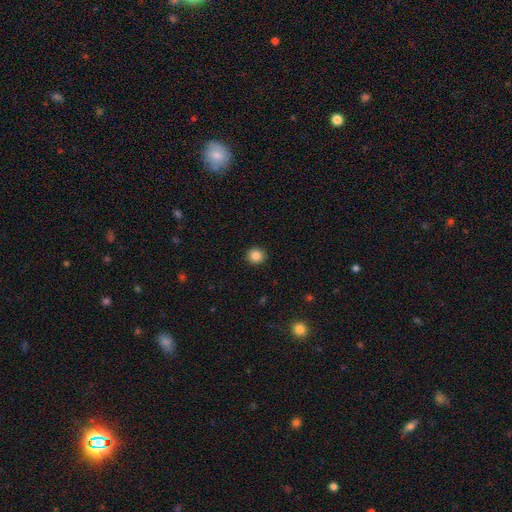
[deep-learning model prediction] The model was most divided on "smooth or featured": smooth: 86%, star or artifact: 10%, featured or disk: 4%. More confident: merging — none (92%); how rounded — round (92%).